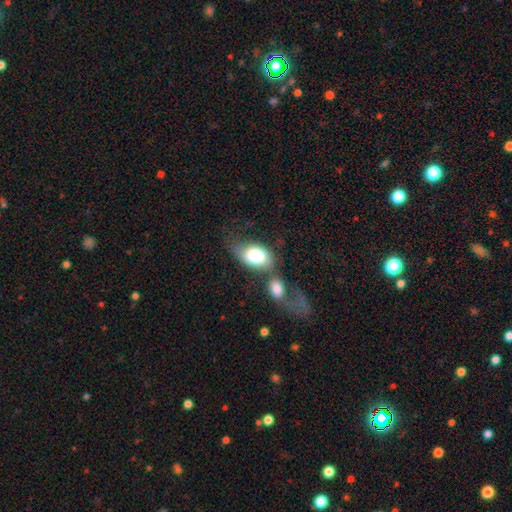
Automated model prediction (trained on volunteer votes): Smooth or featured? Predicted: smooth (p=0.76). How rounded? Predicted: in between (p=0.89). Merging? Predicted: merger (p=0.40).